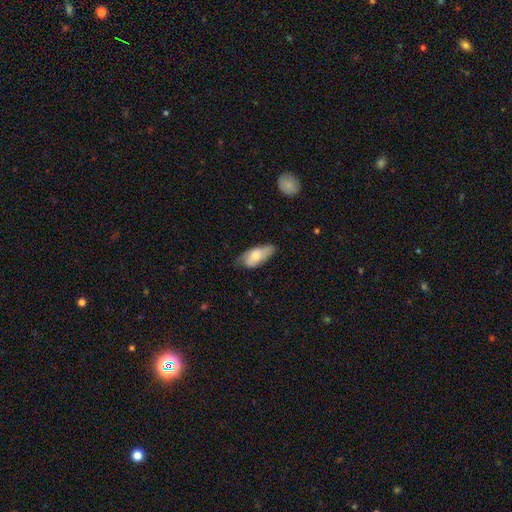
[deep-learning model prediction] Morphology: type=smooth (66%); roundness=in between (87%); merging=none (54%).